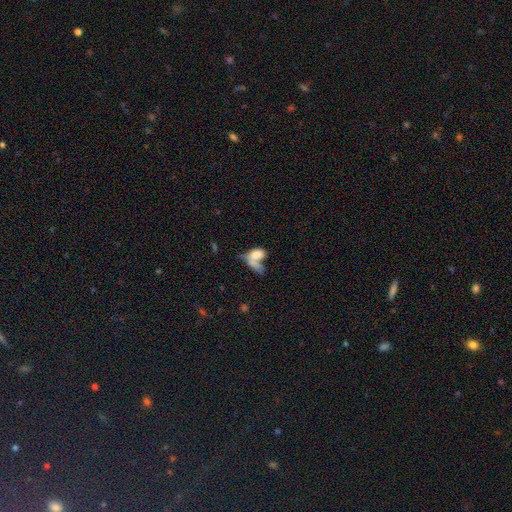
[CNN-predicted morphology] Overall: smooth (69%). How rounded: in between (81%). Merging: merger (53%; none 19%).